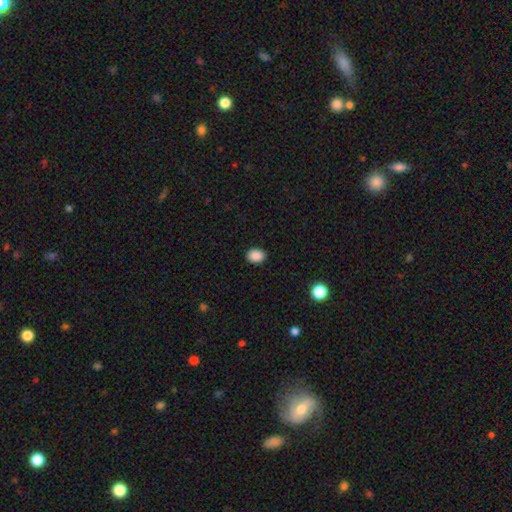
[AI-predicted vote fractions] Overall: smooth (89%). How rounded: in between (56%; round 43%). Merging: none (90%).